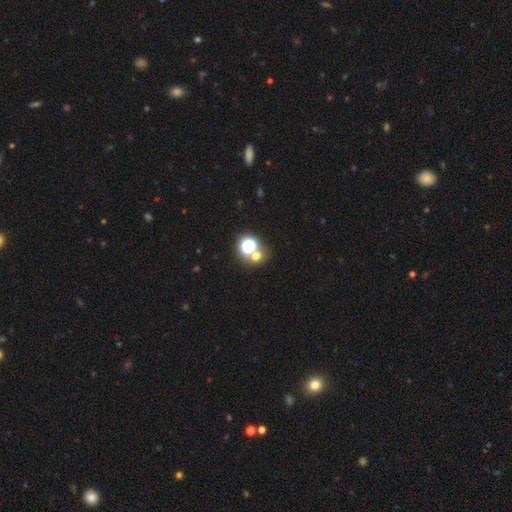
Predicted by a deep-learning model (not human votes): Smooth or featured: smooth — 53% (star or artifact — 37%)
How rounded: round — 78% (in between — 20%)
Merging: none — 57% (merger — 31%)